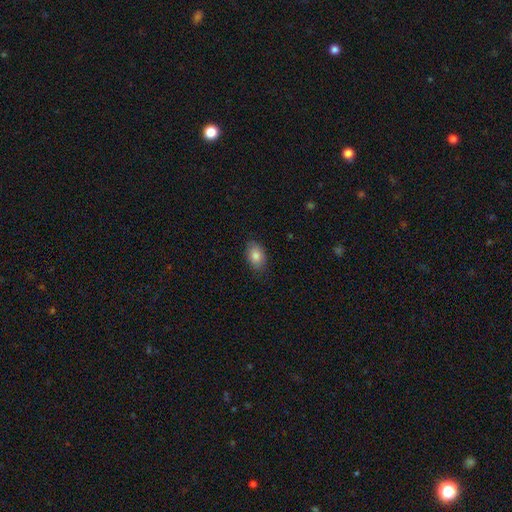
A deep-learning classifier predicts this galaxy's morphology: smooth_or_featured: smooth (p=0.83) [alt: featured or disk p=0.09]
how_rounded: in between (p=0.85) [alt: round p=0.14]
merging: none (p=0.83) [alt: minor disturbance p=0.14]